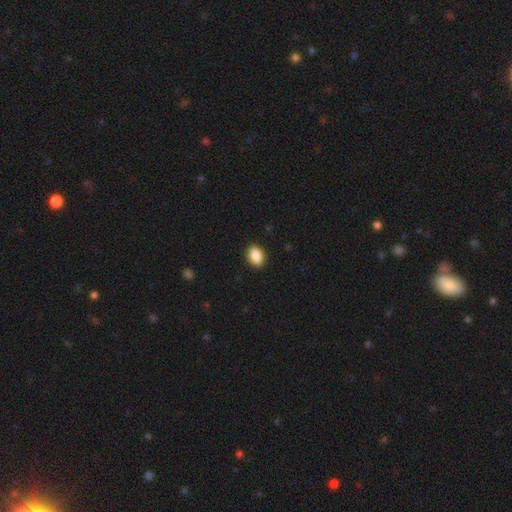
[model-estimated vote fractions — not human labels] smooth 89%, star or artifact 7%, featured or disk 4%. Down the decision tree: how rounded — in between (84%); merging — none (90%).